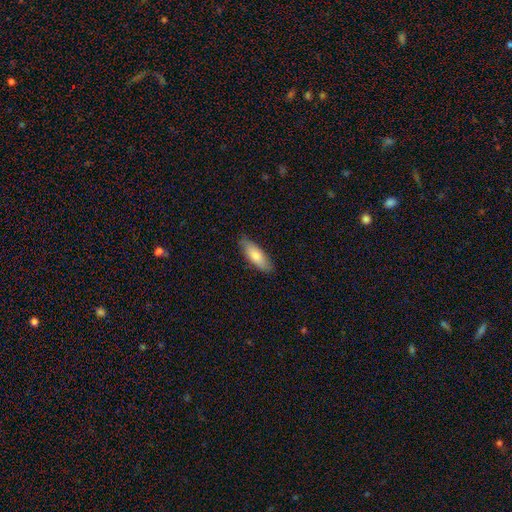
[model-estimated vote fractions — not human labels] The model was most divided on "how rounded": in between: 62%, cigar-shaped: 36%, round: 2%. More confident: merging — none (83%); smooth or featured — smooth (80%).